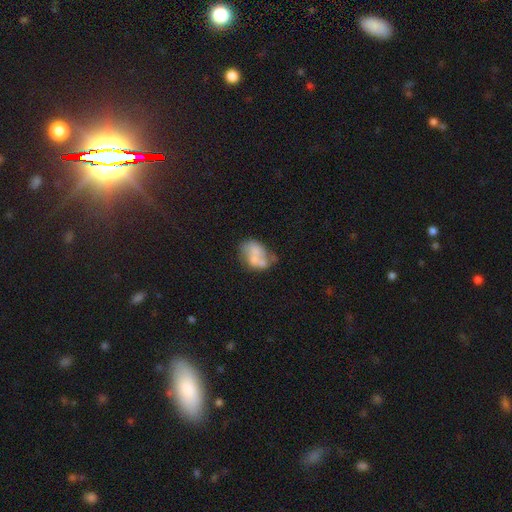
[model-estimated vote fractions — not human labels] smooth-or-featured: smooth: 51% | featured or disk: 40% | star or artifact: 9%
  how-rounded: in between: 76% | round: 23% | cigar-shaped: 1%
  merging: merger: 36% | none: 29% | minor disturbance: 20% | major disturbance: 15%